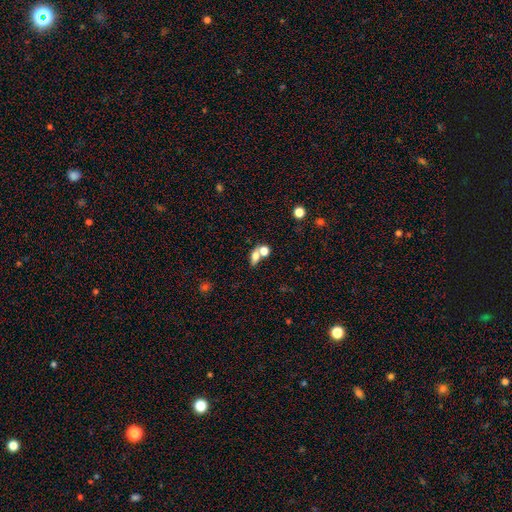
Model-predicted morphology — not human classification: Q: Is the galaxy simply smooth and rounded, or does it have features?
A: smooth — 72%.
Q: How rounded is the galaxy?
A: in between — 66%.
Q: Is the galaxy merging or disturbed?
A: merger — 50%.